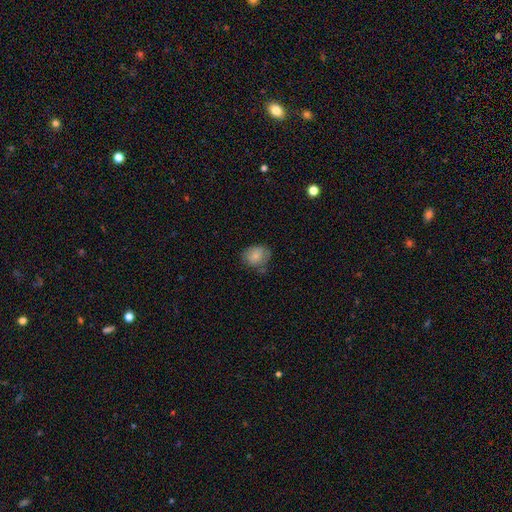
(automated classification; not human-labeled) smooth-or-featured: smooth: 77% | featured or disk: 15% | star or artifact: 8%
  how-rounded: round: 52% | in between: 47% | cigar-shaped: 1%
  merging: none: 56% | minor disturbance: 30% | major disturbance: 10% | merger: 4%